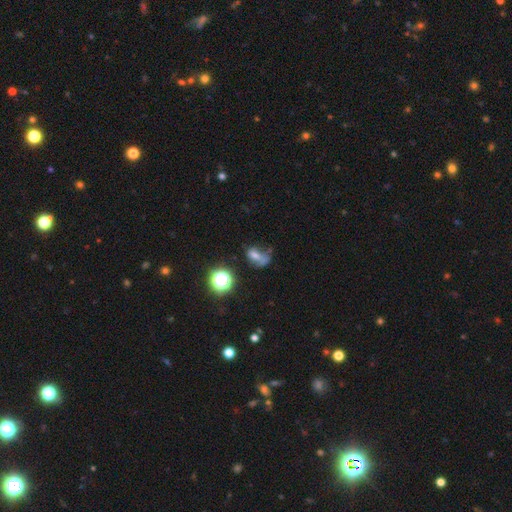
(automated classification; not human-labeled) smooth 43%, star or artifact 31%, featured or disk 26%. Down the decision tree: merging — none (35%).